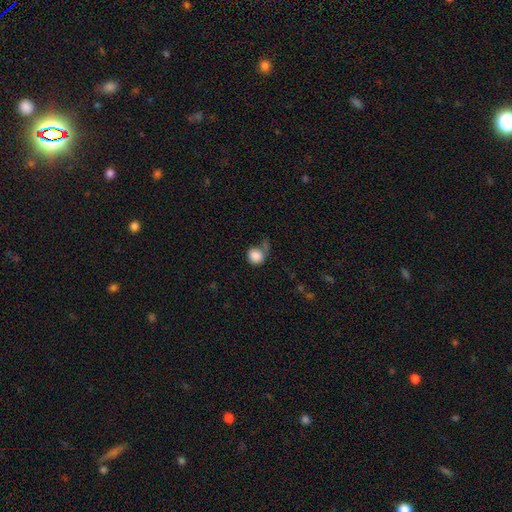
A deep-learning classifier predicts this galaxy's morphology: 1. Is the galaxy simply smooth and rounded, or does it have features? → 85% smooth, 8% star or artifact, 6% featured or disk.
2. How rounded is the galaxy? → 81% round, 18% in between, 1% cigar-shaped.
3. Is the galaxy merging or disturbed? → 45% none, 25% minor disturbance, 19% major disturbance, 11% merger.